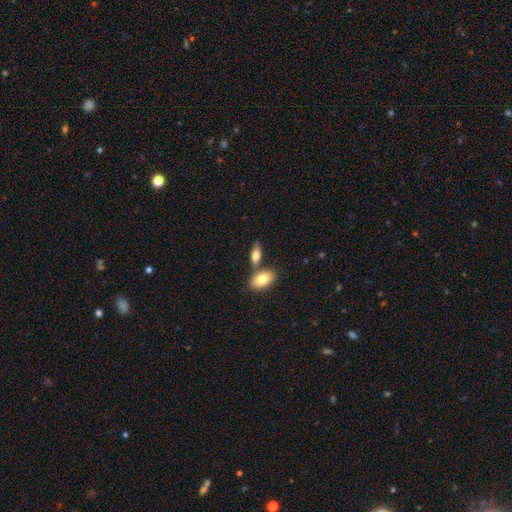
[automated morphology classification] Smooth or featured? smooth (73%)
How rounded? in between (83%)
Merging? none (54%)